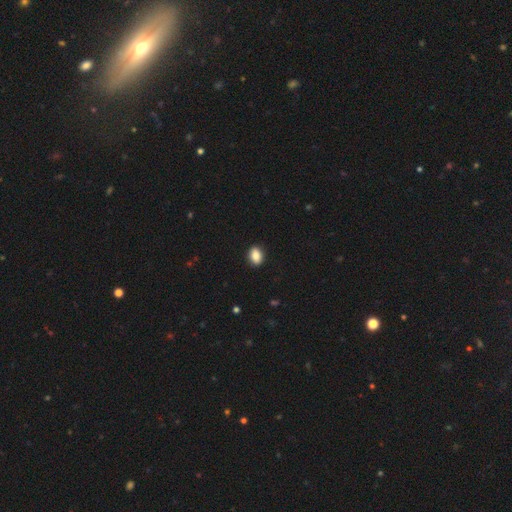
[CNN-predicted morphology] type=smooth (87%); roundness=in between (78%); merging=none (90%).